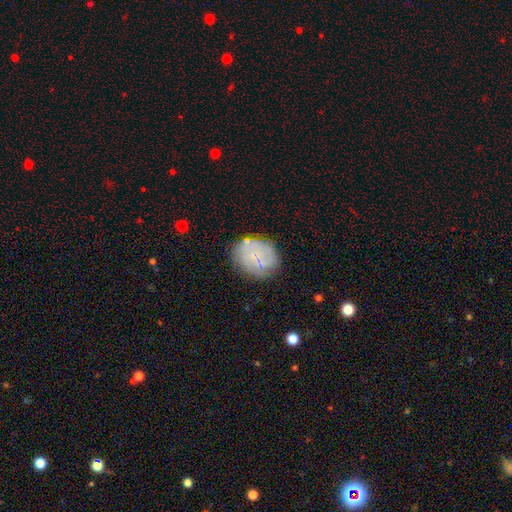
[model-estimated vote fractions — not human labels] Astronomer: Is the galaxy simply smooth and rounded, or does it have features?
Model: featured or disk — 61%.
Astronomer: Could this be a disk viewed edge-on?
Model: no — 98%.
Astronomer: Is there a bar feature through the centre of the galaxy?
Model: no — 67%.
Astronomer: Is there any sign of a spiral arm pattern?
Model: yes — 78%.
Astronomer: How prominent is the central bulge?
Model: small — 81%.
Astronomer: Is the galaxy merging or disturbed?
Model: none — 72%.